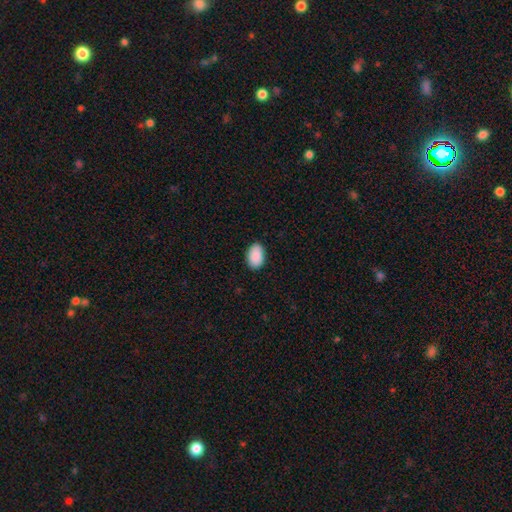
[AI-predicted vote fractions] Q: Smooth or featured?
A: smooth (91%); runner-up: star or artifact (6%)
Q: How rounded?
A: in between (92%); runner-up: round (7%)
Q: Merging?
A: none (88%); runner-up: minor disturbance (9%)